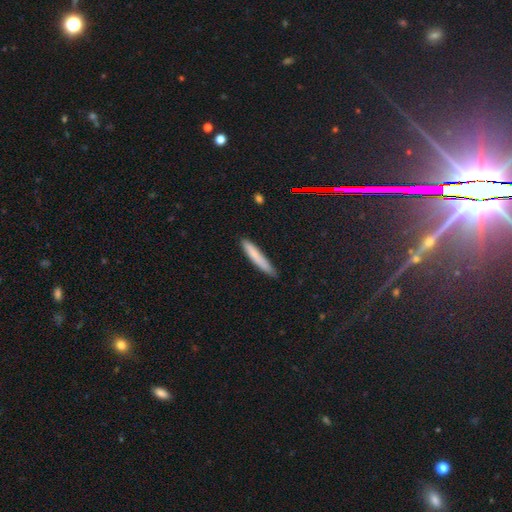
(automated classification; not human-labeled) Overall: smooth (77%). How rounded: cigar-shaped (93%). Merging: none (83%).